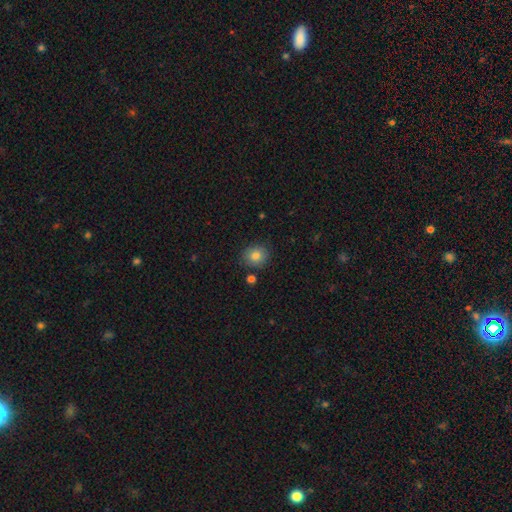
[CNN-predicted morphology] Smooth or featured?
  - smooth: 82% *
  - star or artifact: 10%
  - featured or disk: 8%
How rounded?
  - round: 79% *
  - in between: 21%
  - cigar-shaped: 1%
Merging?
  - none: 83% *
  - minor disturbance: 11%
  - merger: 4%
  - major disturbance: 3%